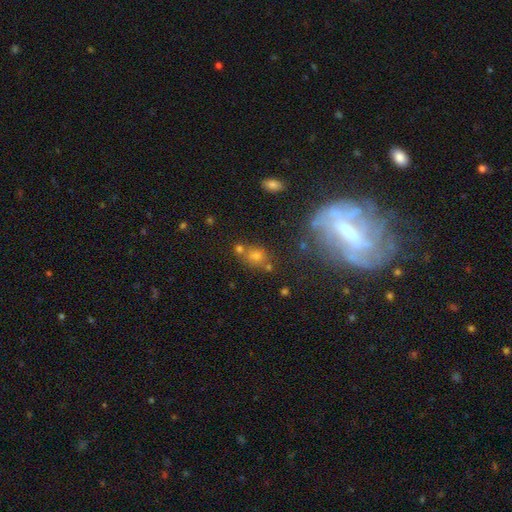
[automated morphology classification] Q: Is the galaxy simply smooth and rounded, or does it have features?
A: smooth — 53%.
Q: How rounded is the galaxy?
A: round — 61%.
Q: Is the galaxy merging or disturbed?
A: none — 63%.